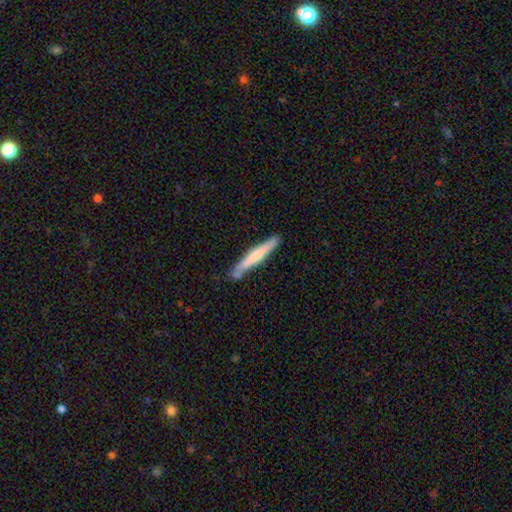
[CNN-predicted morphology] Smooth or featured? Predicted: smooth (p=0.57). How rounded? Predicted: cigar-shaped (p=0.96). Merging? Predicted: none (p=0.80).